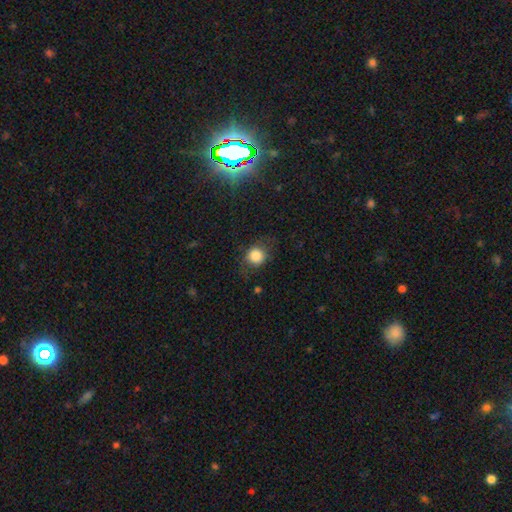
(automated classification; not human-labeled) smooth-or-featured: smooth: 82% | star or artifact: 10% | featured or disk: 8%
  how-rounded: round: 82% | in between: 17% | cigar-shaped: 1%
  merging: none: 71% | minor disturbance: 19% | major disturbance: 9% | merger: 2%